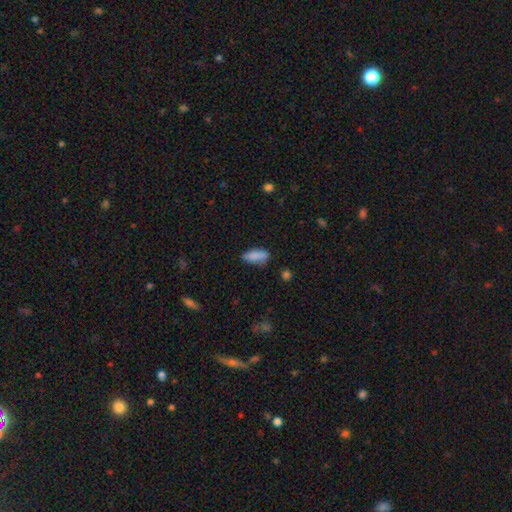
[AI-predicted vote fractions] Smooth or featured? smooth (83%)
How rounded? in between (73%)
Merging? none (65%)